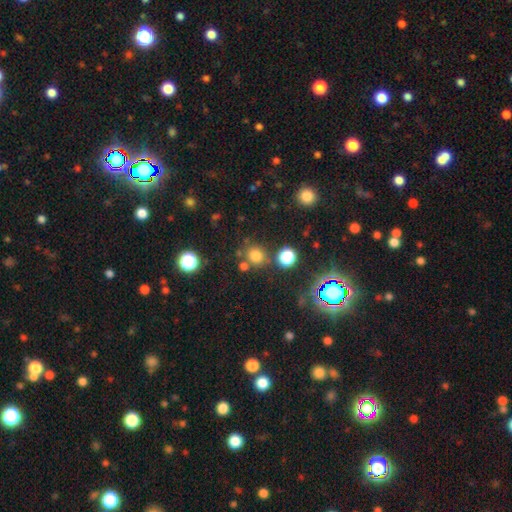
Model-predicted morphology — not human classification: This appears to be a smooth galaxy with no disk features (73%) that is round (85%). Merging: none (73%).